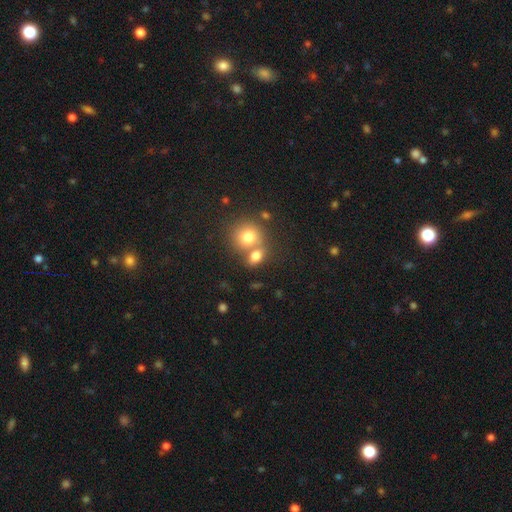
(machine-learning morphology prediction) smooth 77%, featured or disk 12%, star or artifact 10%. Down the decision tree: how rounded — in between (51%); merging — merger (50%).